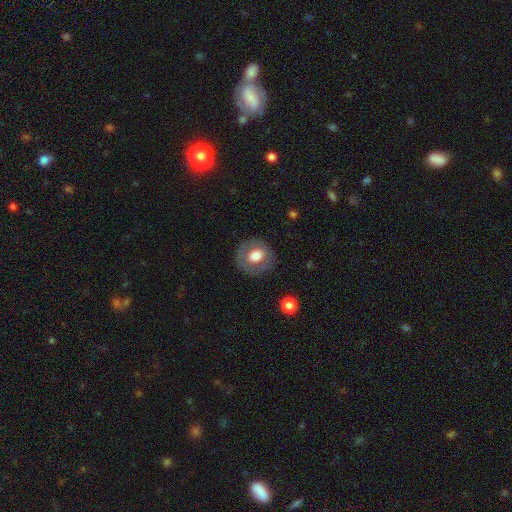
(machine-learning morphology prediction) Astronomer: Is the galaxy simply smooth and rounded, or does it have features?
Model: smooth — 60%.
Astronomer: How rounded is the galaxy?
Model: round — 81%.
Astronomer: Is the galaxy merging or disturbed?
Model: none — 83%.